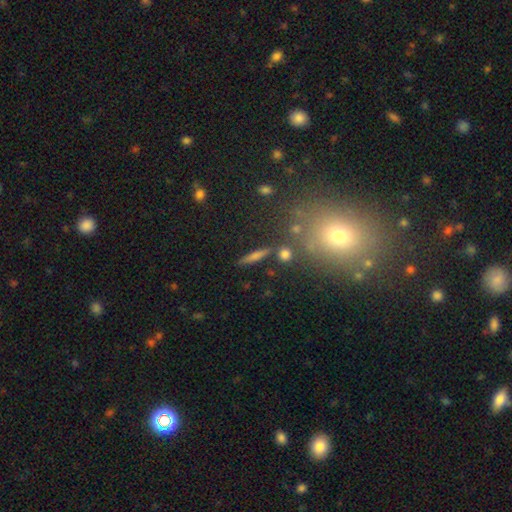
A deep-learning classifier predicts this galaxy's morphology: The model was most divided on "smooth or featured": smooth: 50%, featured or disk: 37%, star or artifact: 13%. More confident: merging — none (84%); how rounded — cigar-shaped (76%).